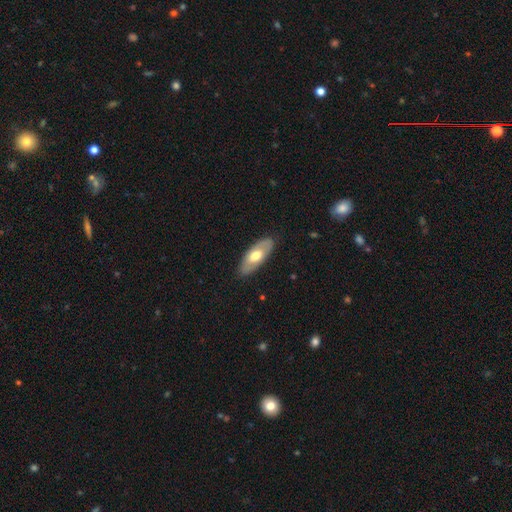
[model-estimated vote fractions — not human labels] smooth_or_featured: smooth (p=0.55) [alt: featured or disk p=0.40]
how_rounded: in between (p=0.84) [alt: cigar-shaped p=0.14]
merging: none (p=0.84) [alt: minor disturbance p=0.12]